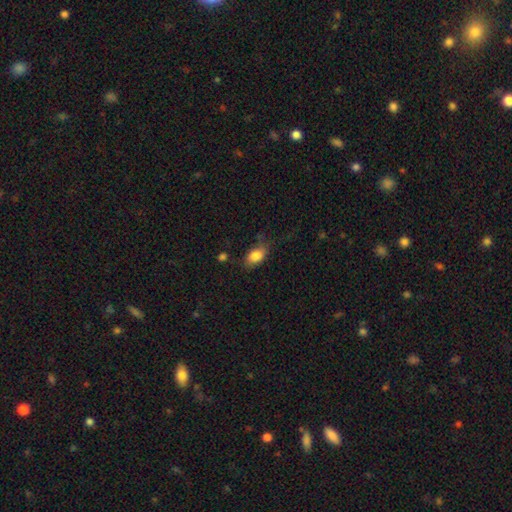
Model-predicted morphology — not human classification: type=smooth (84%); roundness=in between (87%); merging=none (65%).